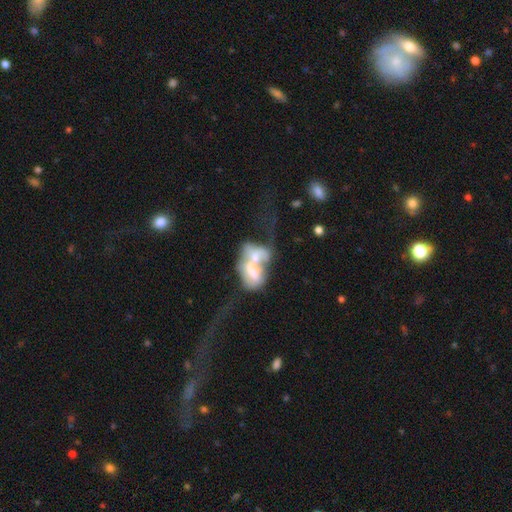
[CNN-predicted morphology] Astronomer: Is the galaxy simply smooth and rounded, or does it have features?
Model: featured or disk — 50% (runner-up: smooth, 41%).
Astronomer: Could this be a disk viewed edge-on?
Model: no — 95%.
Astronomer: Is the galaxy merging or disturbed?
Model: merger — 72%.